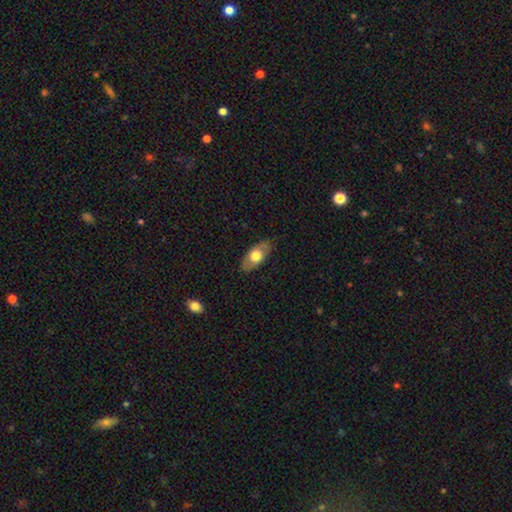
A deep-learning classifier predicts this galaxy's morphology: Q: Smooth or featured?
A: smooth (61%); runner-up: featured or disk (33%)
Q: How rounded?
A: in between (88%); runner-up: round (6%)
Q: Merging?
A: none (84%); runner-up: minor disturbance (12%)